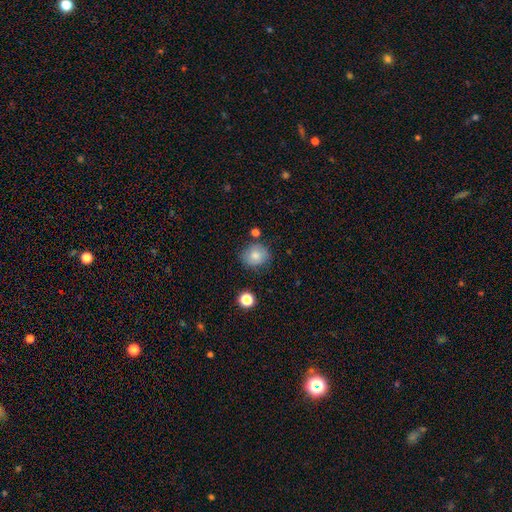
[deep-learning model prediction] Q: Smooth or featured?
A: smooth (81%); runner-up: star or artifact (10%)
Q: How rounded?
A: round (80%); runner-up: in between (19%)
Q: Merging?
A: none (77%); runner-up: minor disturbance (15%)